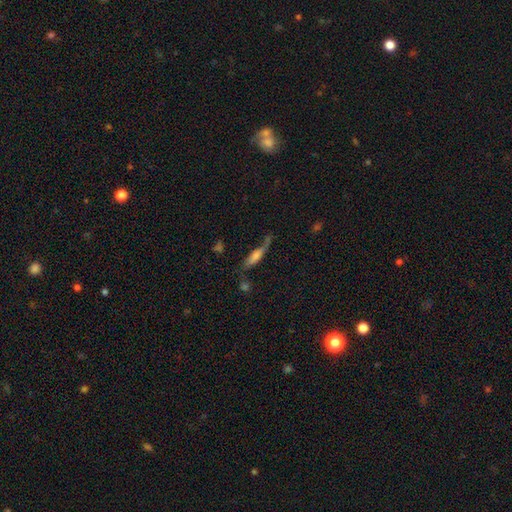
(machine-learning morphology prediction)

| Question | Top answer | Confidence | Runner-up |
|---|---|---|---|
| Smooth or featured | smooth | 45% | featured or disk (44%) |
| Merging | none | 58% | minor disturbance (22%) |